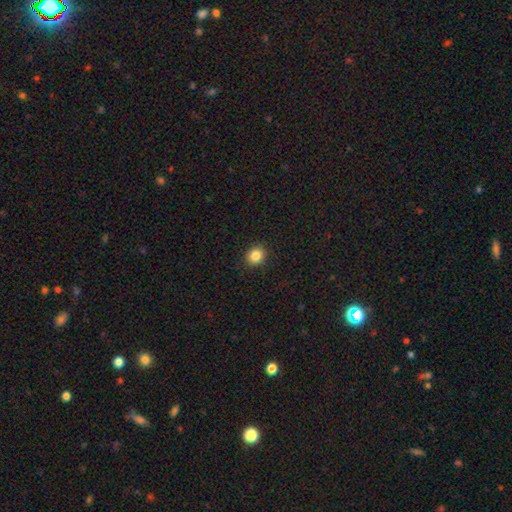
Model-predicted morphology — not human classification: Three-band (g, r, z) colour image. It shows a smooth galaxy with no disk features (85%) that is round (72%). Merging: none (90%).